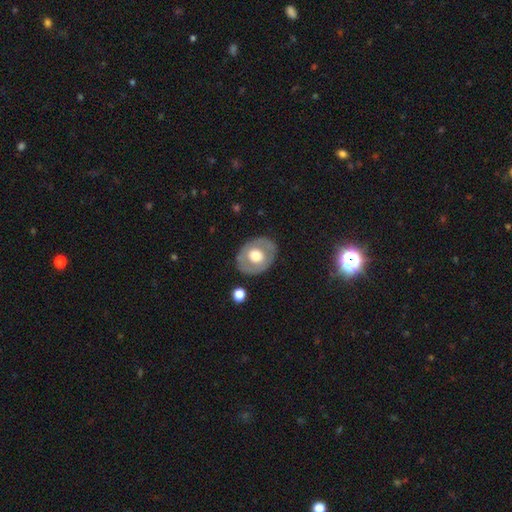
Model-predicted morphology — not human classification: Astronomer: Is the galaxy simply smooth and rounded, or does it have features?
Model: smooth — 49% (runner-up: featured or disk, 45%).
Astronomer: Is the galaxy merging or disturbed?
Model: none — 82%.